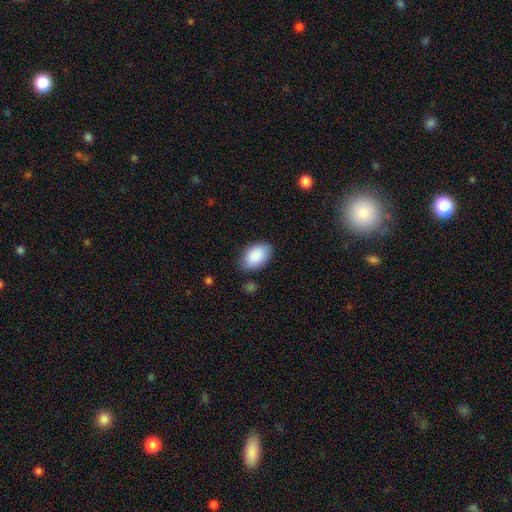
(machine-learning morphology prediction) Smooth or featured? Predicted: smooth (p=0.88). How rounded? Predicted: in between (p=0.92). Merging? Predicted: none (p=0.80).